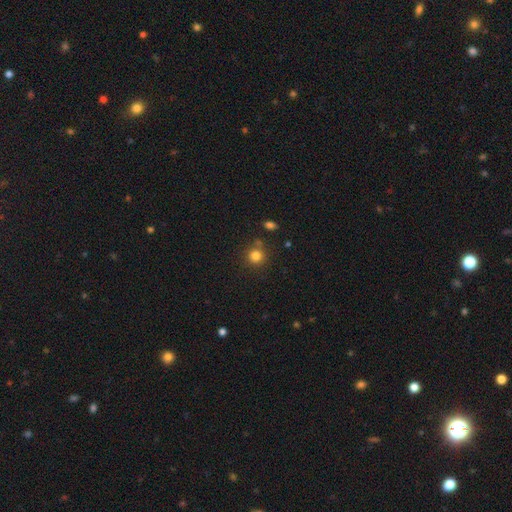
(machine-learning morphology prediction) Smooth or featured: smooth — 81% (star or artifact — 13%)
How rounded: round — 91% (in between — 8%)
Merging: none — 79% (minor disturbance — 9%)